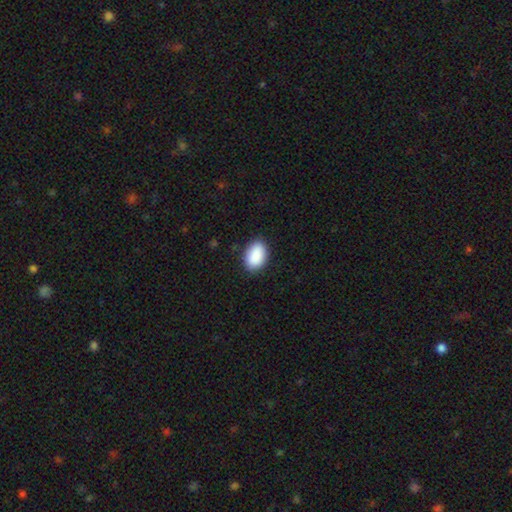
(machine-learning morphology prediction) The model was most divided on "merging": none: 86%, minor disturbance: 10%, major disturbance: 2%, merger: 1%. More confident: smooth or featured — smooth (90%); how rounded — in between (88%).